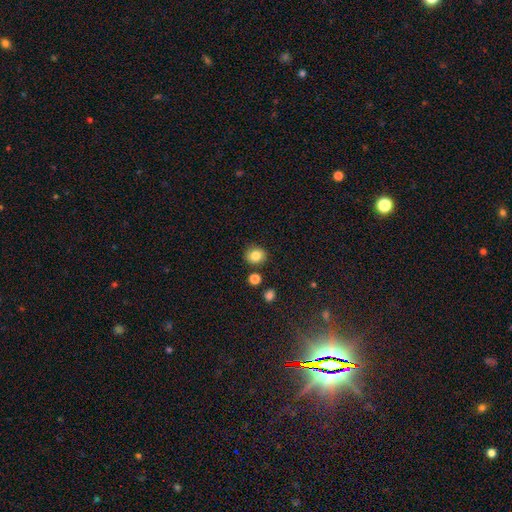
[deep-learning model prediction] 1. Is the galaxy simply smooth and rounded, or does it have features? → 83% smooth, 11% star or artifact, 6% featured or disk.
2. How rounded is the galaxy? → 81% round, 18% in between, 1% cigar-shaped.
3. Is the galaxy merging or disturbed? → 83% none, 10% minor disturbance, 4% merger, 3% major disturbance.